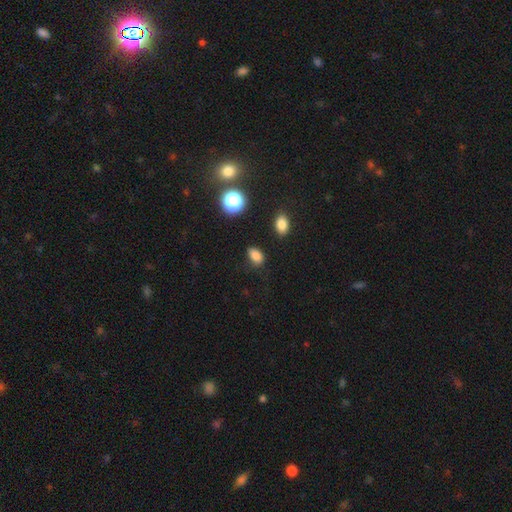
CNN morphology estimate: A smooth galaxy with no disk features (81%) that is in between round and cigar-shaped (84%).

Vote fractions:
- Smooth or featured? smooth: 81% / star or artifact: 14% / featured or disk: 5%
- How rounded? in between: 84% / round: 14% / cigar-shaped: 2%
- Merging? none: 77% / minor disturbance: 16% / major disturbance: 4% / merger: 3%